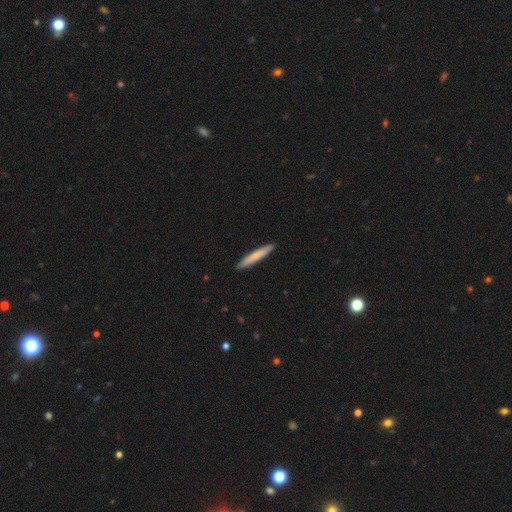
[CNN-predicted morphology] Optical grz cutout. It shows a smooth galaxy with no disk features (76%) that is cigar-shaped (96%). Merging: none (92%).